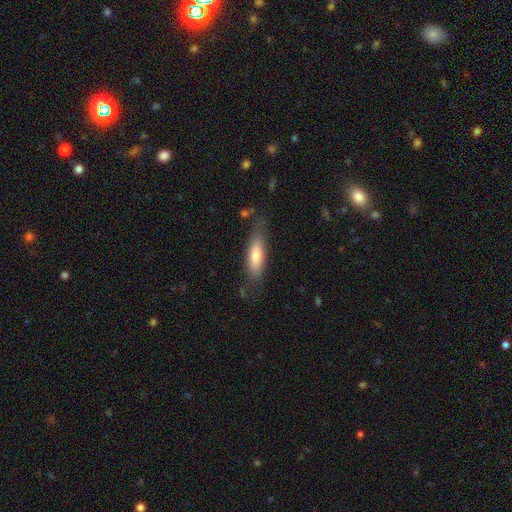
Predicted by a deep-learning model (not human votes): A smooth galaxy with no disk features (68%) that is cigar-shaped (58%). Merging: none (72%).